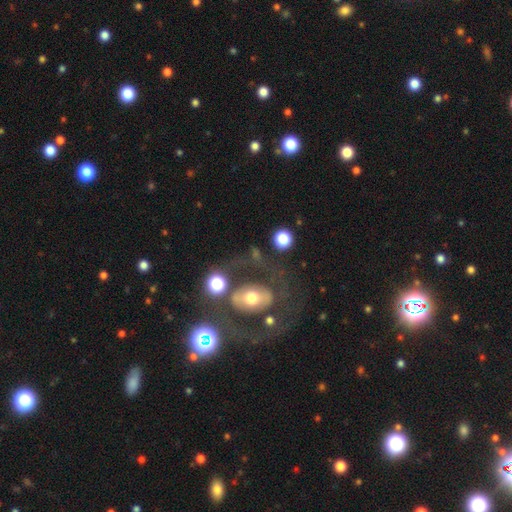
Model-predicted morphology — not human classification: Overall: featured or disk (53%; smooth 34%). Edge-on disk: no (93%). Merging: none (61%).